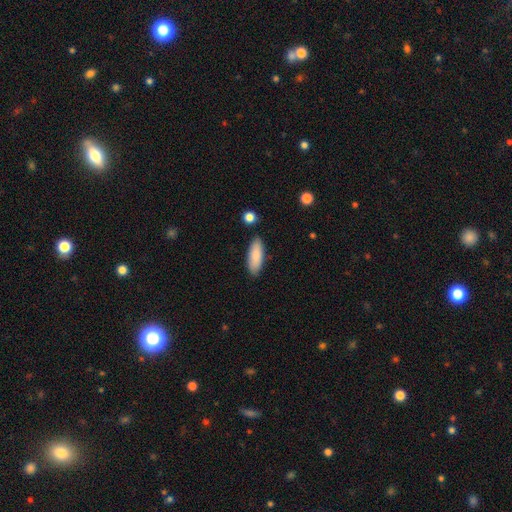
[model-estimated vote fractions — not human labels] Overall: smooth (85%). How rounded: in between (70%). Merging: none (85%).